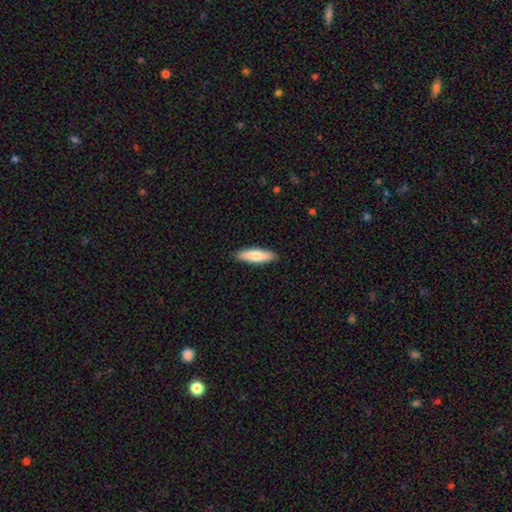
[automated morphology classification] A smooth galaxy with no disk features (75%) that is cigar-shaped (61%). Merging: none (90%).